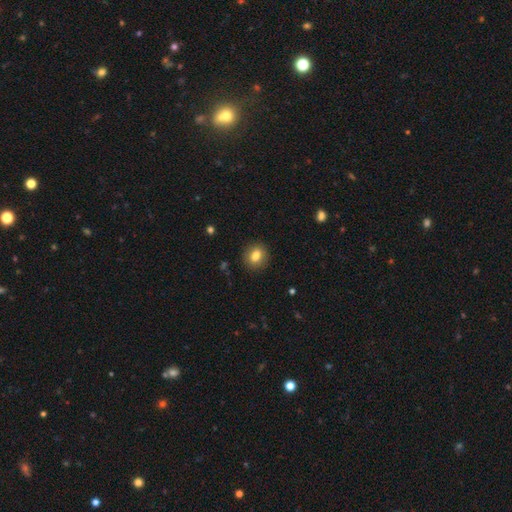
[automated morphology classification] Overall: smooth (81%). How rounded: round (67%; in between 32%). Merging: none (89%).